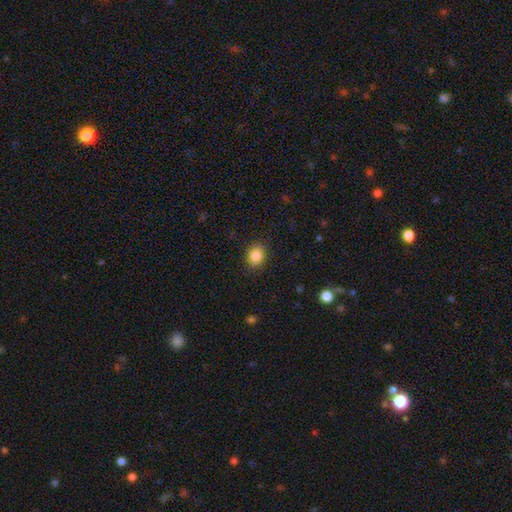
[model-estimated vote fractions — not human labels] smooth 86%, star or artifact 10%, featured or disk 4%. Down the decision tree: how rounded — round (58%); merging — none (87%).